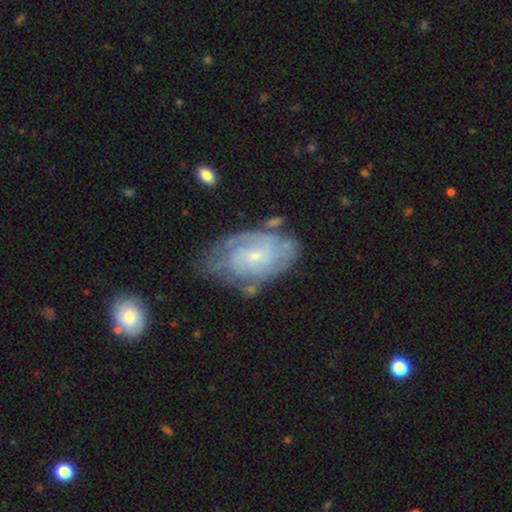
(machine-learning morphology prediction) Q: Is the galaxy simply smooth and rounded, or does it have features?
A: featured or disk — 76%.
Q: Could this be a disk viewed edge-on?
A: no — 96%.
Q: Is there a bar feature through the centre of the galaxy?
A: no — 60%.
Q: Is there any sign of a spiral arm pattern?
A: yes — 89%.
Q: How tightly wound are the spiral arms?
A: tight — 60%.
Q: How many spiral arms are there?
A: can't tell — 48%.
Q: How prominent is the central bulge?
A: small — 79%.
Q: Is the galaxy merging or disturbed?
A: none — 56%.